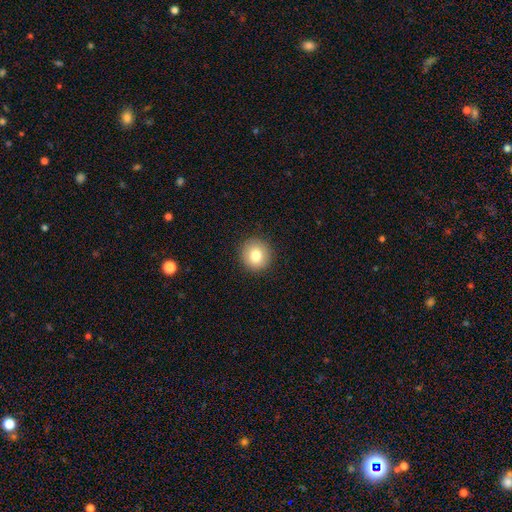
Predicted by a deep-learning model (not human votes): This is clearly a smooth galaxy (81%). How rounded: clearly round (93%). Merging: clearly none (92%).